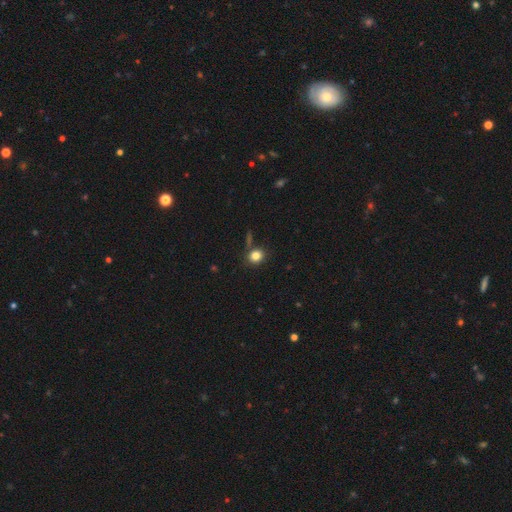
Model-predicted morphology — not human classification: Smooth or featured? smooth (82%)
How rounded? round (73%)
Merging? none (78%)